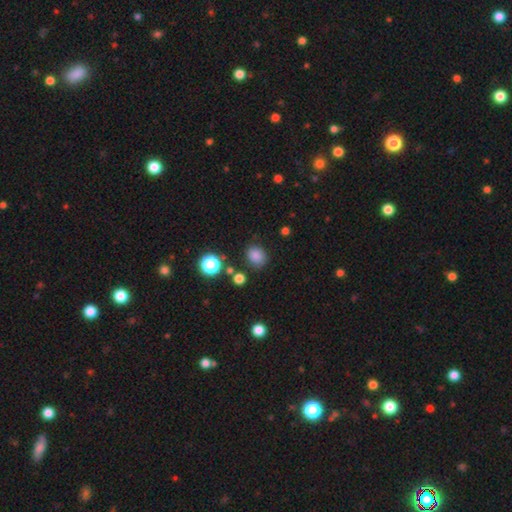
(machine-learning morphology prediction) type=smooth (82%); roundness=round (63%); merging=none (80%).